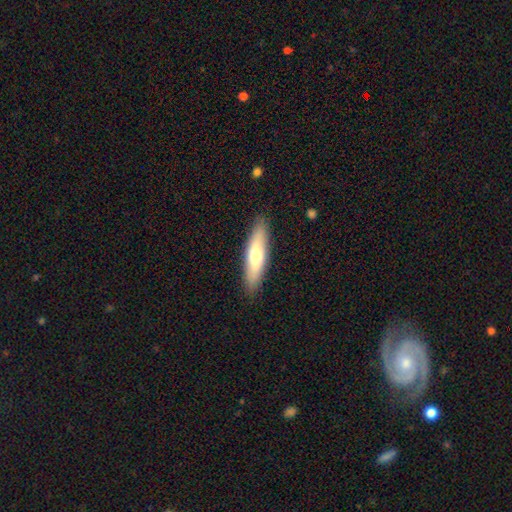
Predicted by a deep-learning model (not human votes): Smooth or featured? Predicted: smooth (p=0.60). How rounded? Predicted: cigar-shaped (p=0.72). Merging? Predicted: none (p=0.89).